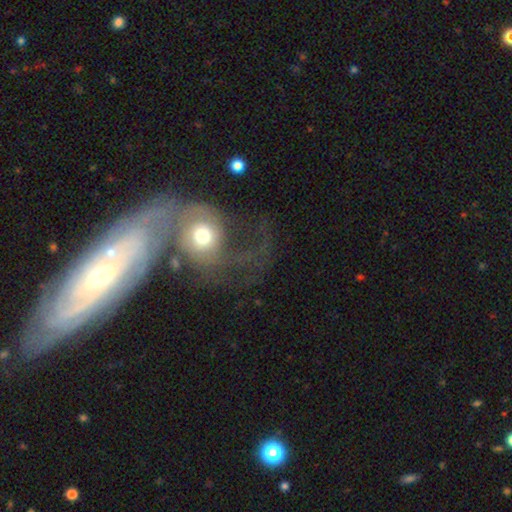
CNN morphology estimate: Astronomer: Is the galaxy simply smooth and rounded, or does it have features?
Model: featured or disk — 72%.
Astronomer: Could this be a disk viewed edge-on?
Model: no — 93%.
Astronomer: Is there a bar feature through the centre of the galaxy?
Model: no — 62%.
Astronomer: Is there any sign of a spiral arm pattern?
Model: yes — 88%.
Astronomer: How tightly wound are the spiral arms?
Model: medium — 42% (runner-up: tight, 31%).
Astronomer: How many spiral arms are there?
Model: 2 — 60%.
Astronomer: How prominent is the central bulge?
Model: moderate — 60%.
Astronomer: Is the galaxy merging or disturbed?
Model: merger — 52%.